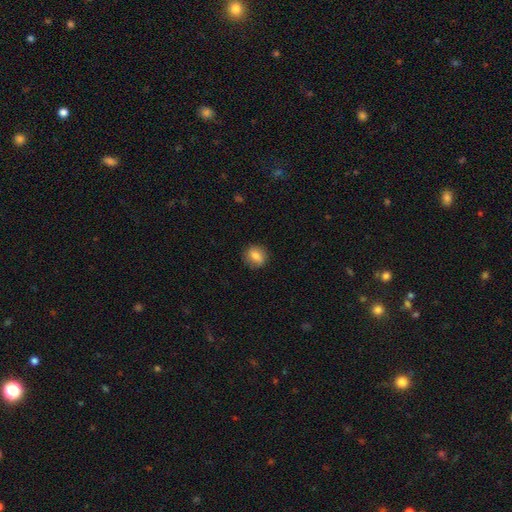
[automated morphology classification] This is clearly a smooth galaxy (80%). How rounded: likely round (68%). Merging: clearly none (85%).